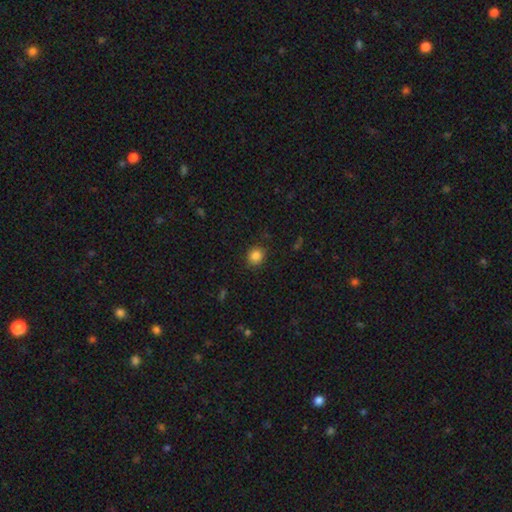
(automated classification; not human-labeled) This appears to be a smooth galaxy with no disk features (85%) that is round (78%). Merging: none (87%).